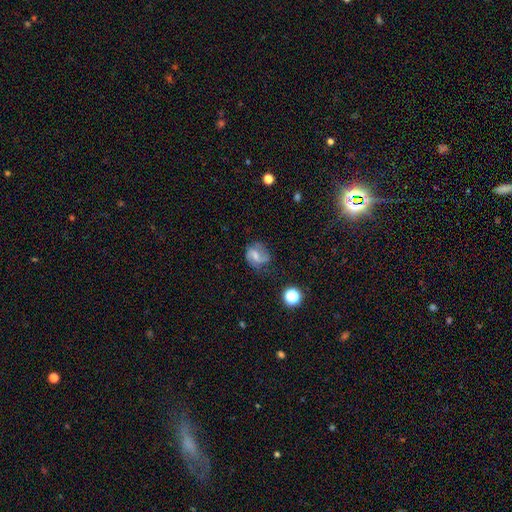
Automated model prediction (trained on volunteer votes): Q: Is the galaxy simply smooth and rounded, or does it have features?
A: featured or disk — 73%.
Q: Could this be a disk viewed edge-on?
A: no — 98%.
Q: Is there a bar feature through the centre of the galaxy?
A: weak — 53%.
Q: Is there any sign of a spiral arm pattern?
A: yes — 94%.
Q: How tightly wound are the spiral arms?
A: medium — 47%.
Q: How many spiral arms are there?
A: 2 — 86%.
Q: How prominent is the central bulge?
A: small — 46%.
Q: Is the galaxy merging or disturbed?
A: none — 68%.